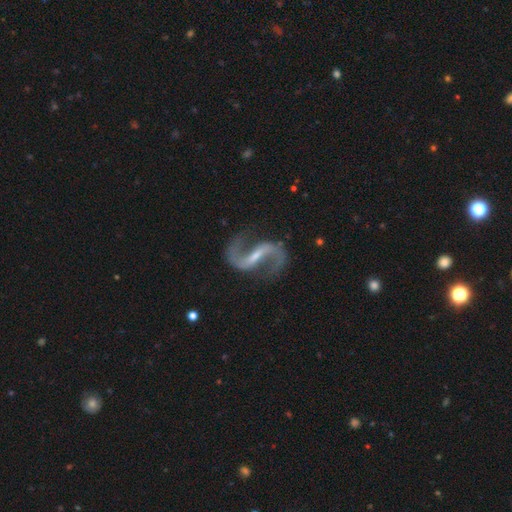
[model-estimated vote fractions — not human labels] The model was most divided on "spiral winding": loose: 53%, medium: 40%, tight: 7%. More confident: spiral arms — yes (98%); edge-on disk — no (97%); spiral arm count — 2 (94%); smooth or featured — featured or disk (92%); merging — none (80%); bulge size — small (62%); bar — strong (58%).